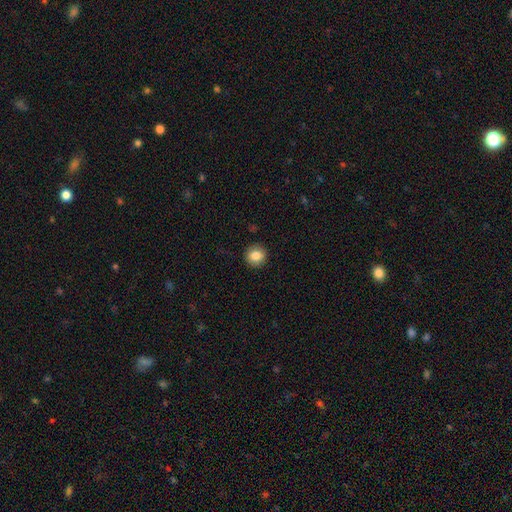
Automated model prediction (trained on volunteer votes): Morphology: type=smooth (84%); roundness=round (90%); merging=none (91%).